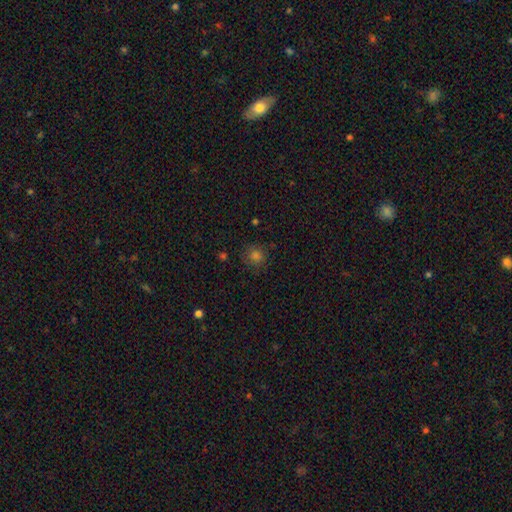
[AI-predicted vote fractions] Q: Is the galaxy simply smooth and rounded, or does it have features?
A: smooth — 73%.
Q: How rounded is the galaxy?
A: round — 87%.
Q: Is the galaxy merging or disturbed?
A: none — 83%.